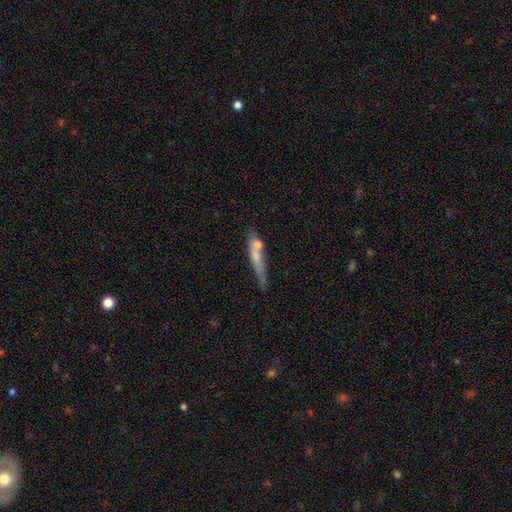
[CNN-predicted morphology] type=smooth (54%); roundness=cigar-shaped (88%); merging=none (58%).